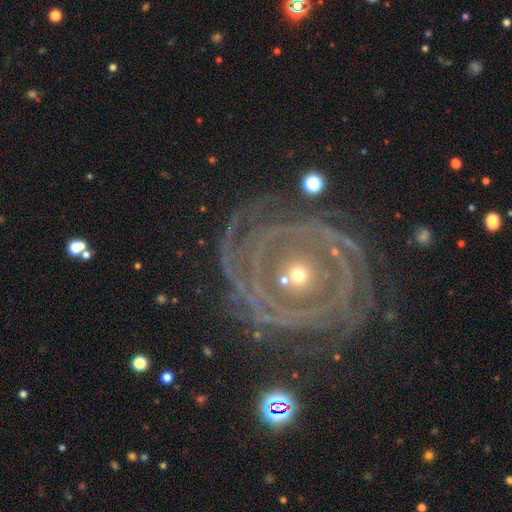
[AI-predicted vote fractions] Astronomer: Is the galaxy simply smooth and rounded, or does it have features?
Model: featured or disk — 90%.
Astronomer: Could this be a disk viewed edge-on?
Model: no — 97%.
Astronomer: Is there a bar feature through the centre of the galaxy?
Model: no — 62%.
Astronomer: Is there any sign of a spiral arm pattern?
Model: yes — 96%.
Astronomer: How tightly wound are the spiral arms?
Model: tight — 85%.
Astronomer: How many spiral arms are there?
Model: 2 — 26% (runner-up: can't tell, 21%).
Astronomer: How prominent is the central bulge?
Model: small — 62%.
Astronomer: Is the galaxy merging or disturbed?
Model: none — 79%.